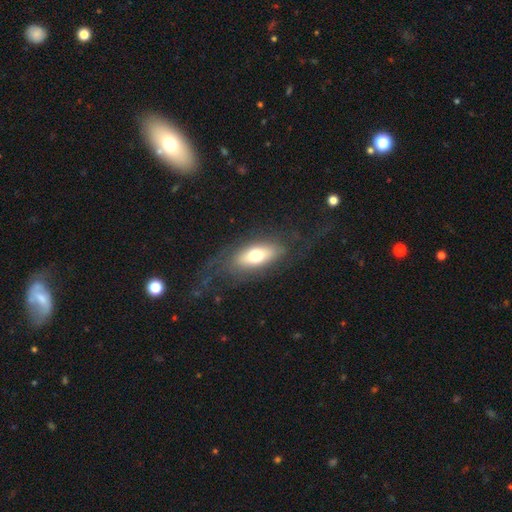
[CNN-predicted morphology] The model was most divided on "smooth or featured": smooth: 58%, featured or disk: 35%, star or artifact: 7%. More confident: how rounded — in between (80%); merging — none (68%).